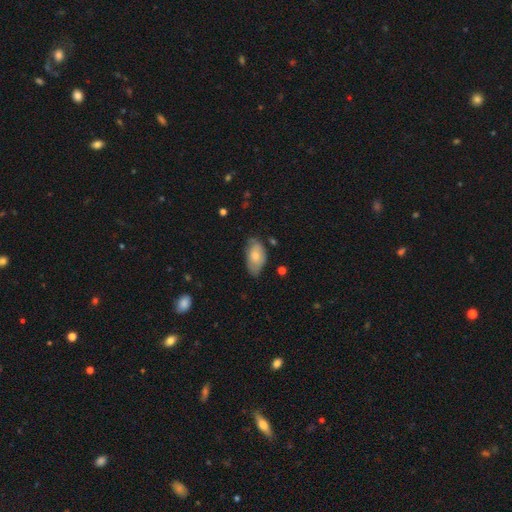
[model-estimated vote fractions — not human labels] Overall: smooth (73%). How rounded: in between (93%). Merging: none (58%; minor disturbance 33%).